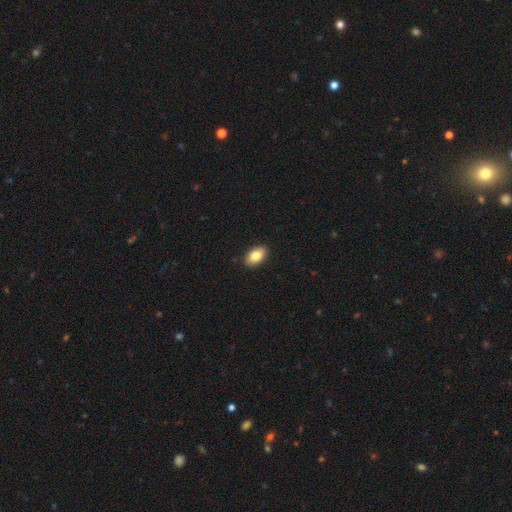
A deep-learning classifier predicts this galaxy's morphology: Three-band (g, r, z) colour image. It shows a smooth galaxy with no disk features (84%) that is in between round and cigar-shaped (92%). Merging: none (90%).